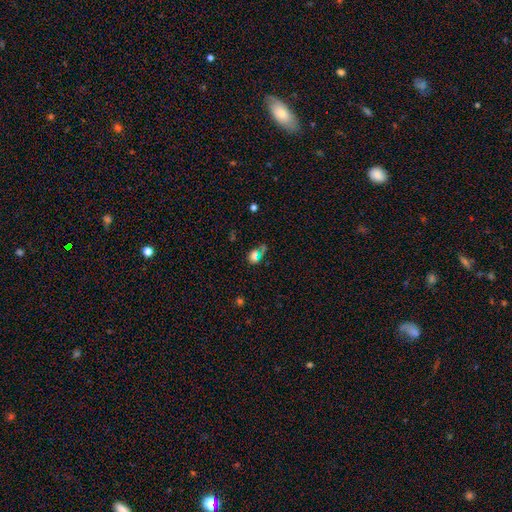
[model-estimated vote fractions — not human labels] Overall: smooth (59%; star or artifact 30%). How rounded: in between (59%; round 37%). Merging: none (53%; merger 18%).